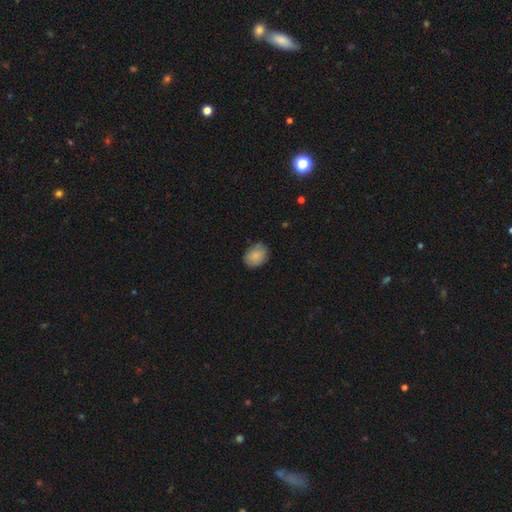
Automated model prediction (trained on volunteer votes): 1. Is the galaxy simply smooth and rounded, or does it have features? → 87% smooth, 7% star or artifact, 6% featured or disk.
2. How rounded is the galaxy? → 63% in between, 36% round, 1% cigar-shaped.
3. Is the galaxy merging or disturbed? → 81% none, 15% minor disturbance, 3% major disturbance, 1% merger.